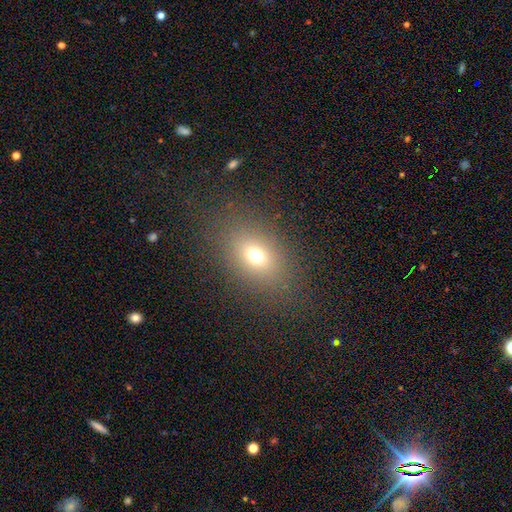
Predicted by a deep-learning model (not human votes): Smooth or featured? Predicted: smooth (p=0.68). How rounded? Predicted: in between (p=0.63). Merging? Predicted: none (p=0.82).